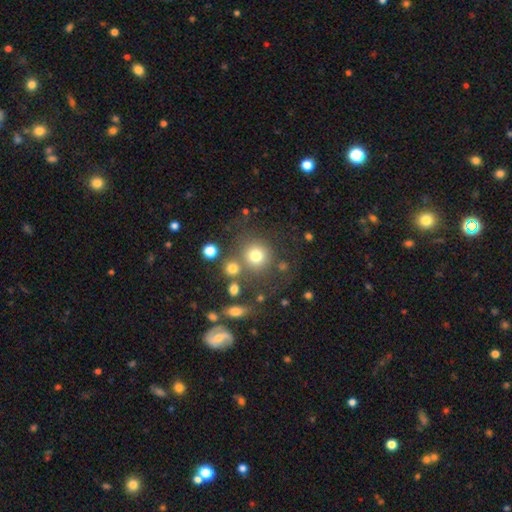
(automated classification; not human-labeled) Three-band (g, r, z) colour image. It shows a smooth galaxy with no disk features (75%) that is round (91%). Merging: none (67%).